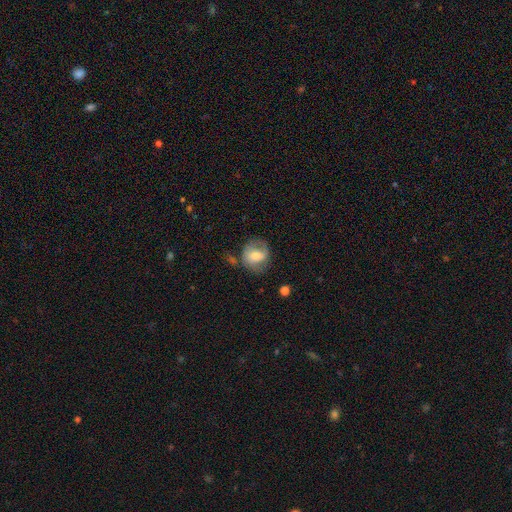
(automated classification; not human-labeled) Overall: smooth (53%; featured or disk 40%). How rounded: round (70%). Merging: none (59%; minor disturbance 24%).